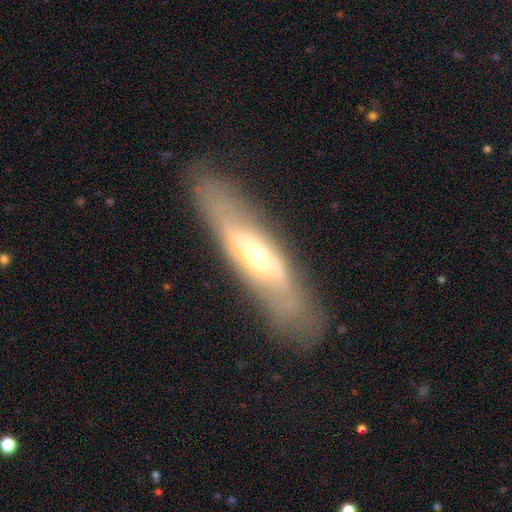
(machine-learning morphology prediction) Smooth or featured: featured or disk — 61% (smooth — 32%)
Edge-on disk: no — 64% (yes — 36%)
Merging: none — 76% (minor disturbance — 15%)